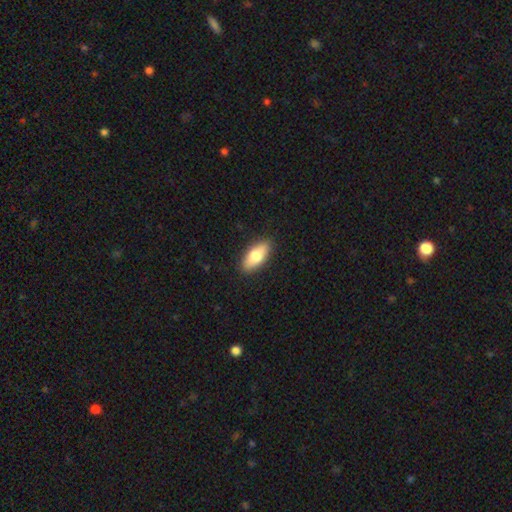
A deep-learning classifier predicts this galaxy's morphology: type=smooth (76%); roundness=in between (83%); merging=none (89%).